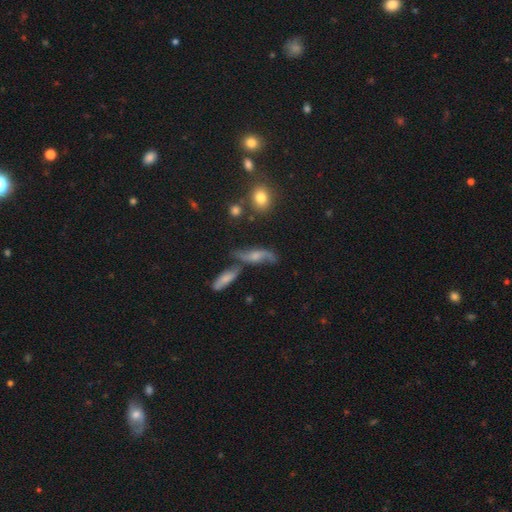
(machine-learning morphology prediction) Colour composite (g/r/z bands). It shows a featured or disk galaxy (73%) with no bar (57%), 2 (90%) loose (83%) spiral arms (91%) and a small central bulge (38%). Merging: none (51%).